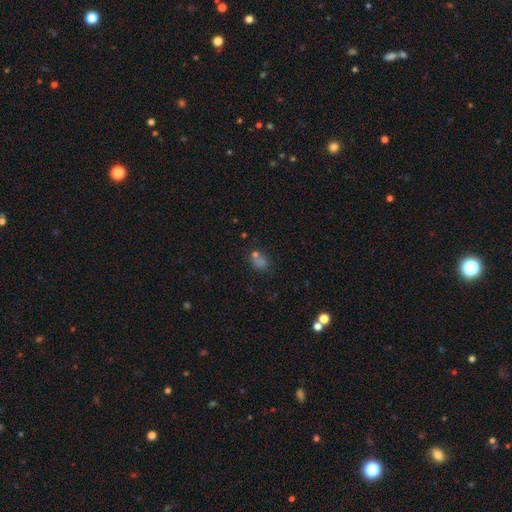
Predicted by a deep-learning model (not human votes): Smooth or featured? Predicted: smooth (p=0.62). How rounded? Predicted: in between (p=0.52). Merging? Predicted: none (p=0.53).